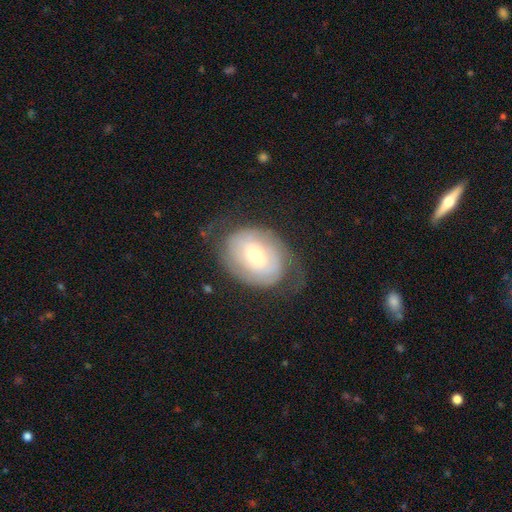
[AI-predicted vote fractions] smooth_or_featured: featured or disk (p=0.67) [alt: smooth p=0.26]
disk_edge_on: no (p=0.95) [alt: yes p=0.05]
bar: no (p=0.70) [alt: weak p=0.23]
has_spiral_arms: yes (p=0.79) [alt: no p=0.21]
spiral_winding: tight (p=0.61) [alt: medium p=0.26]
spiral_arm_count: 2 (p=0.53) [alt: can't tell p=0.32]
bulge_size: moderate (p=0.49) [alt: small p=0.44]
merging: none (p=0.63) [alt: minor disturbance p=0.20]